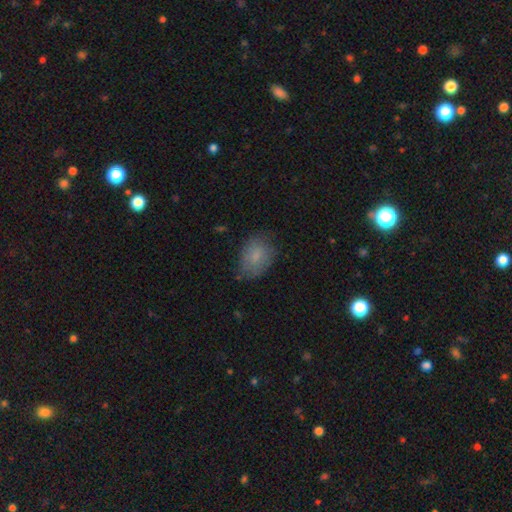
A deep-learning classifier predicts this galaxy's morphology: smooth 76%, featured or disk 15%, star or artifact 8%. Down the decision tree: how rounded — in between (75%); merging — none (65%).